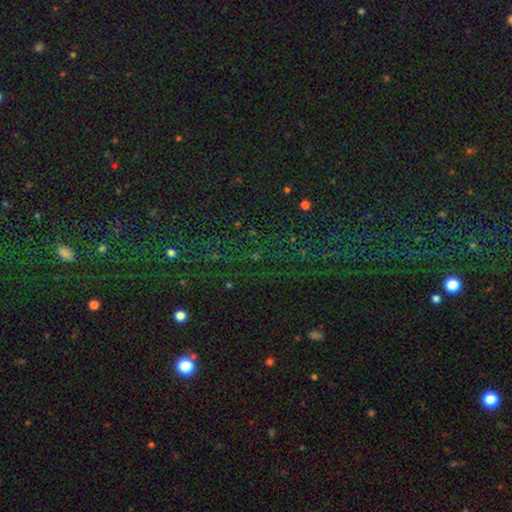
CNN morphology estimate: Smooth or featured? Predicted: star or artifact (p=0.75).